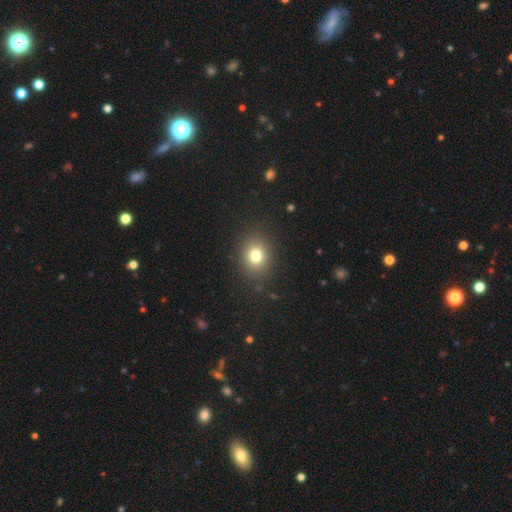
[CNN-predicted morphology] Smooth or featured? smooth (77%)
How rounded? round (64%)
Merging? none (88%)